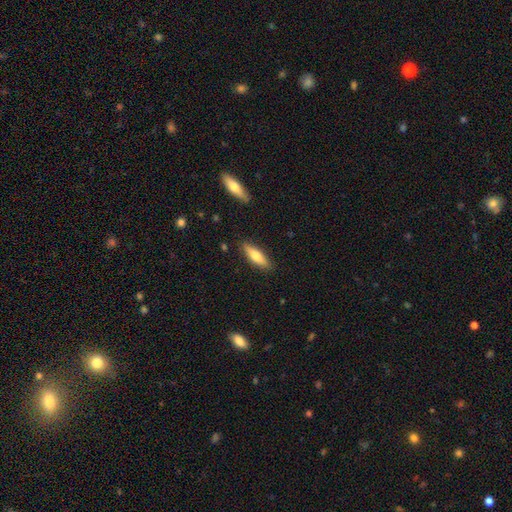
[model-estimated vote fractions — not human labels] Morphology: type=smooth (67%); roundness=cigar-shaped (58%); merging=none (87%).